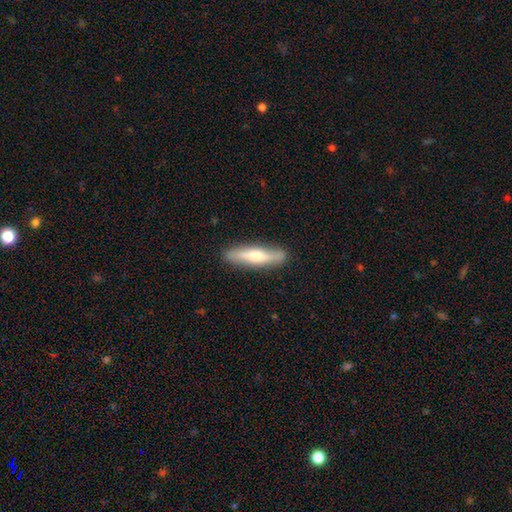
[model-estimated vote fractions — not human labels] A smooth galaxy with no disk features (49%). Merging: none (87%).